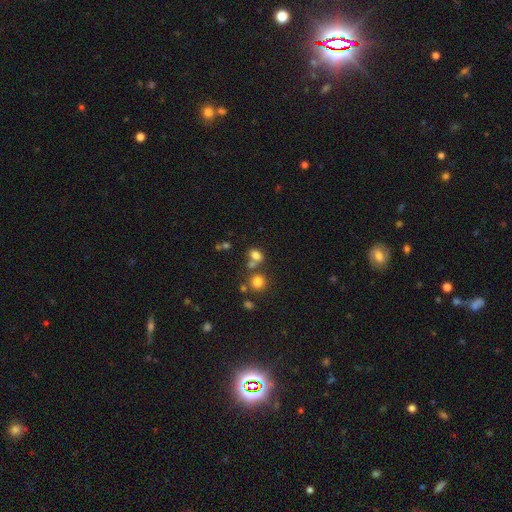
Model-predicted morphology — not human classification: Overall: smooth (76%). How rounded: in between (64%; round 34%). Merging: none (53%; merger 29%).